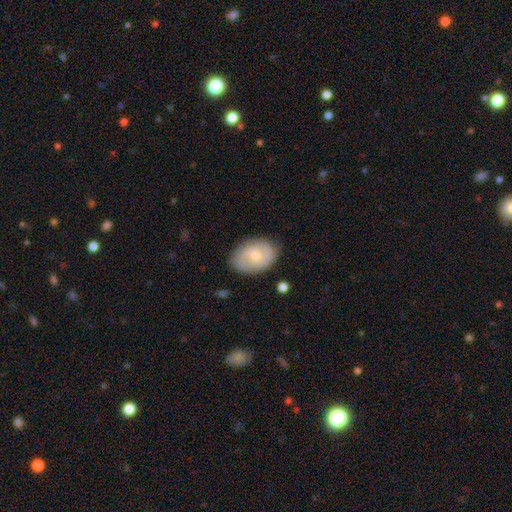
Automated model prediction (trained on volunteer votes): Q: Smooth or featured?
A: featured or disk (53%); runner-up: smooth (40%)
Q: Edge-on disk?
A: no (96%); runner-up: yes (4%)
Q: Bar?
A: no (64%); runner-up: weak (32%)
Q: Spiral arms?
A: yes (81%); runner-up: no (19%)
Q: Bulge size?
A: small (59%); runner-up: moderate (37%)
Q: Merging?
A: none (78%); runner-up: minor disturbance (16%)